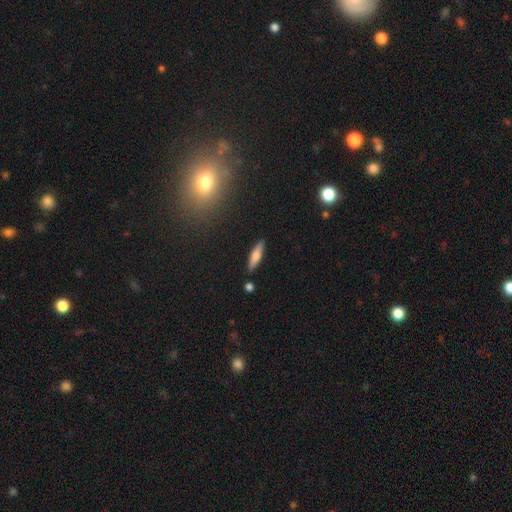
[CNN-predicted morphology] Smooth or featured? Predicted: smooth (p=0.68). How rounded? Predicted: cigar-shaped (p=0.73). Merging? Predicted: none (p=0.87).